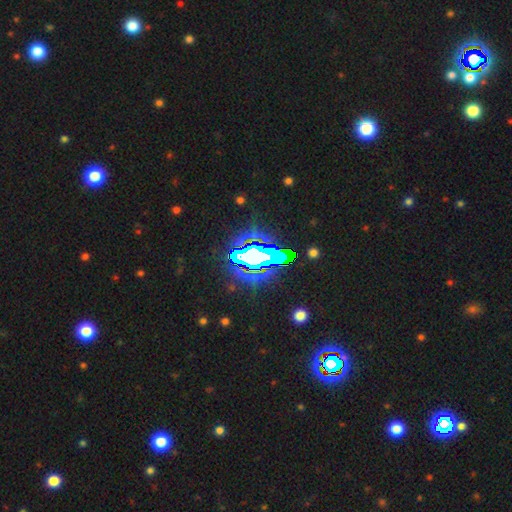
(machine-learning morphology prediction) Smooth or featured?
  - star or artifact: 58% *
  - featured or disk: 24%
  - smooth: 18%